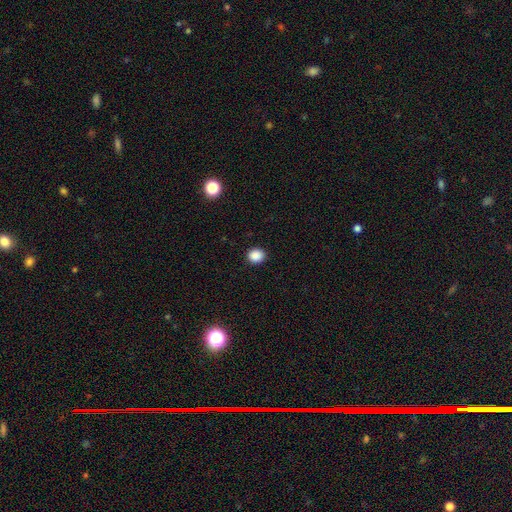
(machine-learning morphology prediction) Smooth or featured? smooth (87%)
How rounded? round (76%)
Merging? none (91%)